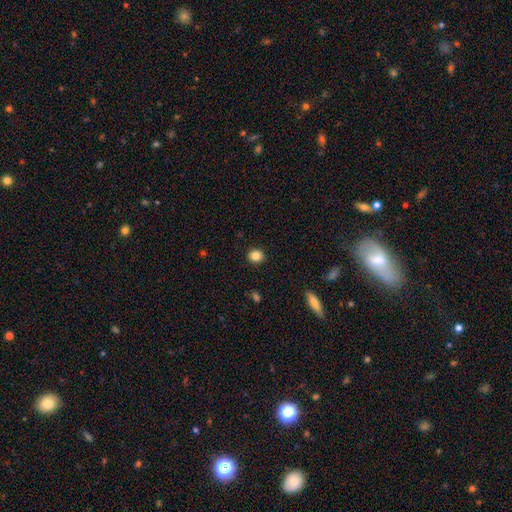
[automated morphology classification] Smooth or featured: smooth — 84% (star or artifact — 11%)
How rounded: round — 85% (in between — 14%)
Merging: none — 92% (minor disturbance — 6%)